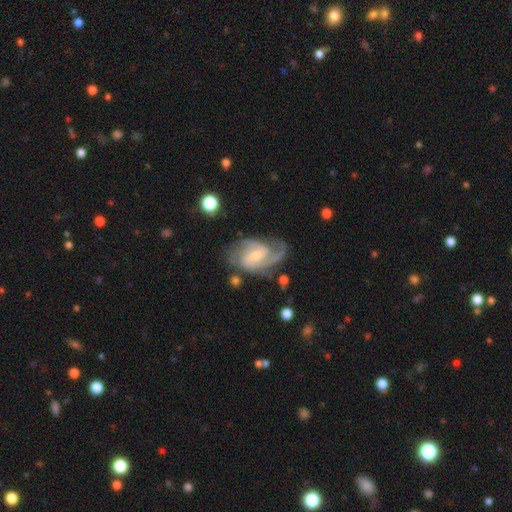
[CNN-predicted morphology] A featured or disk galaxy (91%) with a weak bar (49%), 2 (41%) medium (51%) spiral arms (98%) and a small central bulge (56%). Merging: none (67%).